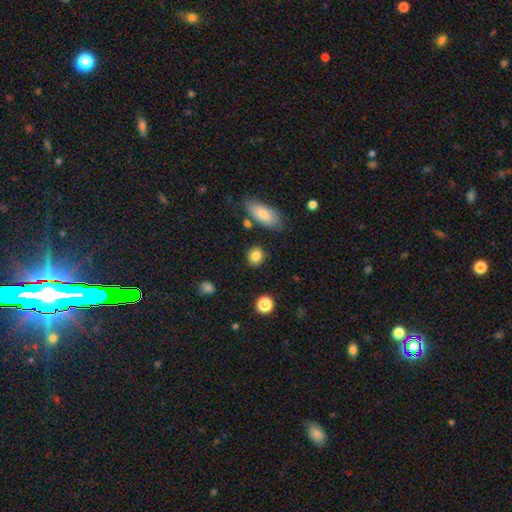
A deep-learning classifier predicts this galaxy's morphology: The model was most divided on "how rounded": round: 71%, in between: 27%, cigar-shaped: 2%. More confident: merging — none (85%); smooth or featured — smooth (84%).